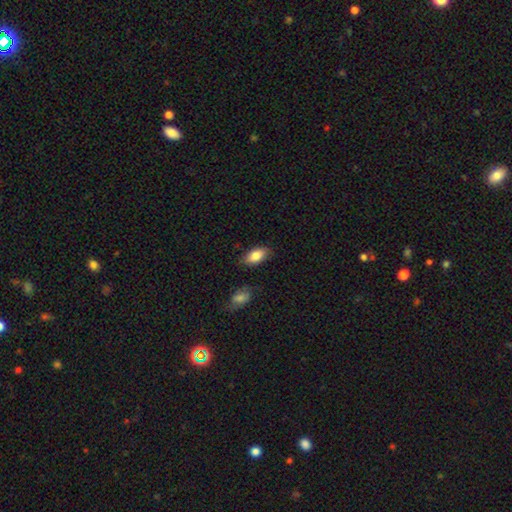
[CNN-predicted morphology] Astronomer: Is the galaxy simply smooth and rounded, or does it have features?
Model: smooth — 84%.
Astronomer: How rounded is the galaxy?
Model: in between — 91%.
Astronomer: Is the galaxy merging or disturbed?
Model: none — 81%.